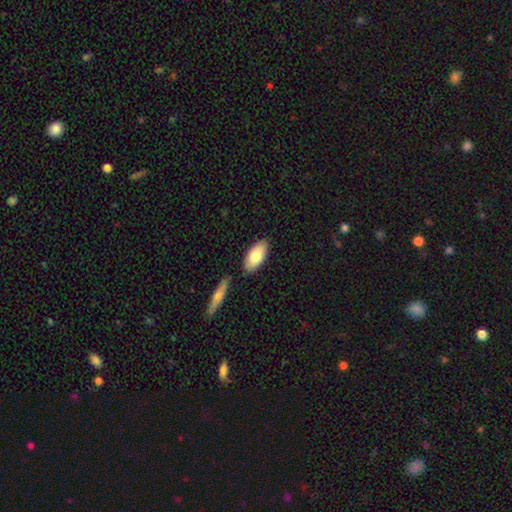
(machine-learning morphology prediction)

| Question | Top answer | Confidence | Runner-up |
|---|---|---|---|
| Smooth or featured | smooth | 81% | featured or disk (13%) |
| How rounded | in between | 90% | cigar-shaped (8%) |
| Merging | none | 79% | minor disturbance (12%) |